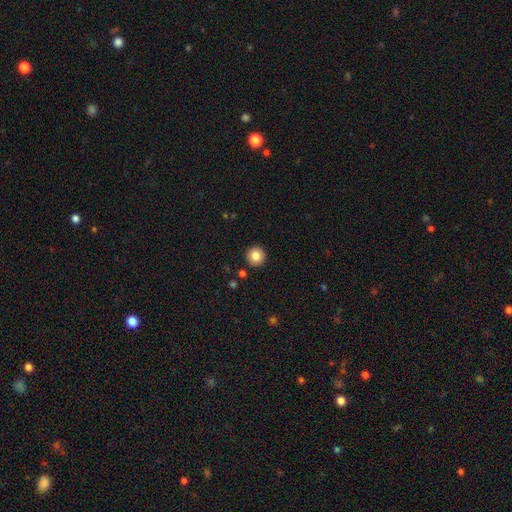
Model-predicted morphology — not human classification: Smooth or featured: smooth — 84% (star or artifact — 10%)
How rounded: round — 96% (in between — 3%)
Merging: none — 92% (minor disturbance — 5%)